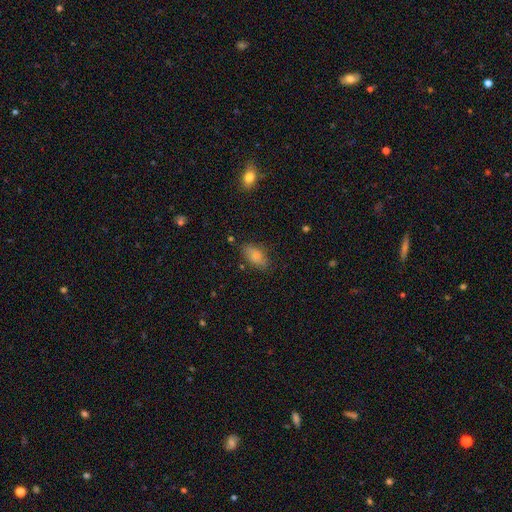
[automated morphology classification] Overall: smooth (79%). How rounded: in between (90%). Merging: none (76%).